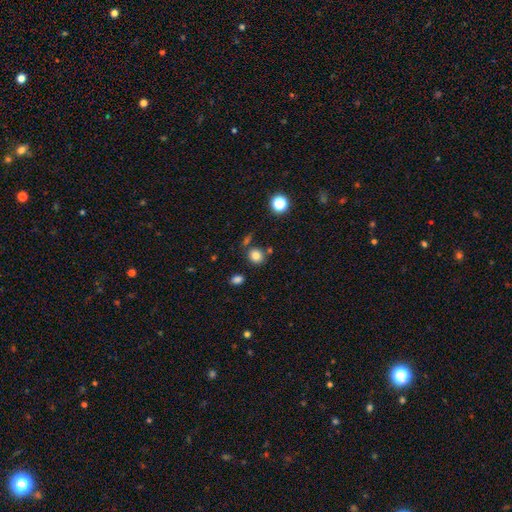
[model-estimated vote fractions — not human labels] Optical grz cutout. It shows a smooth galaxy with no disk features (81%) that is round (82%). Merging: none (79%).